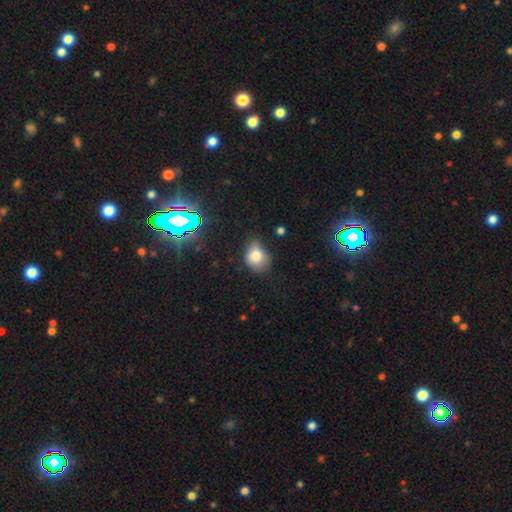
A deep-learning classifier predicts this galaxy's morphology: Smooth or featured: smooth — 78% (star or artifact — 12%)
How rounded: in between — 51% (round — 48%)
Merging: none — 48% (minor disturbance — 37%)